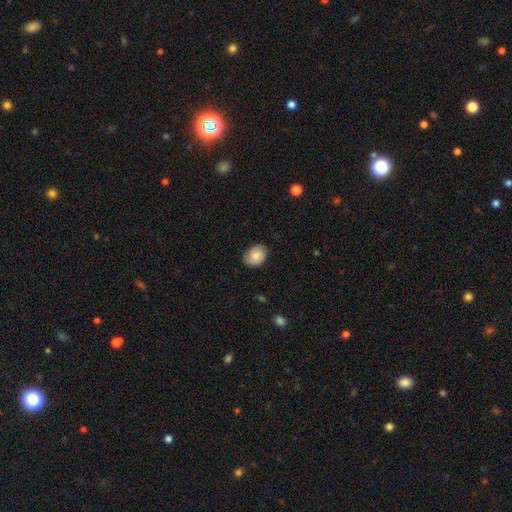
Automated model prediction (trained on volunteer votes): Morphology: type=smooth (82%); roundness=in between (61%); merging=none (85%).